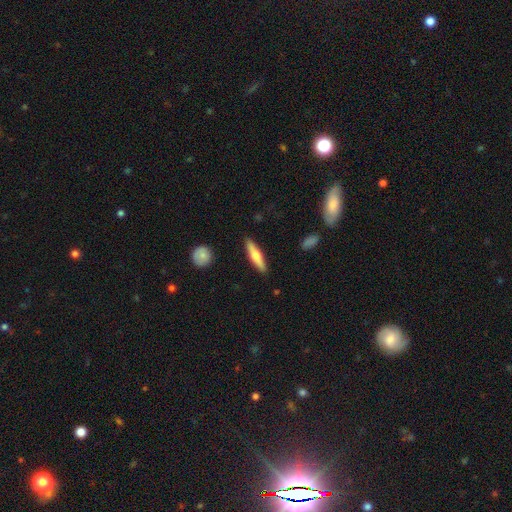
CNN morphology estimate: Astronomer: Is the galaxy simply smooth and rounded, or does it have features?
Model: smooth — 57% (runner-up: featured or disk, 37%).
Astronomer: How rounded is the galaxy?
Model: cigar-shaped — 82%.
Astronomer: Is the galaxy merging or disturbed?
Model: none — 89%.